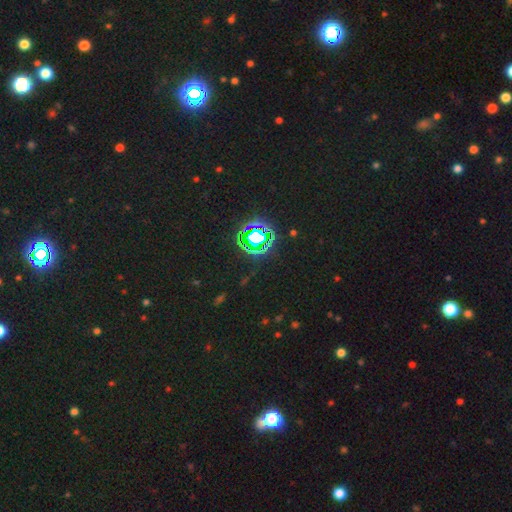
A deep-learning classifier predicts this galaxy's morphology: Overall: star or artifact (82%).